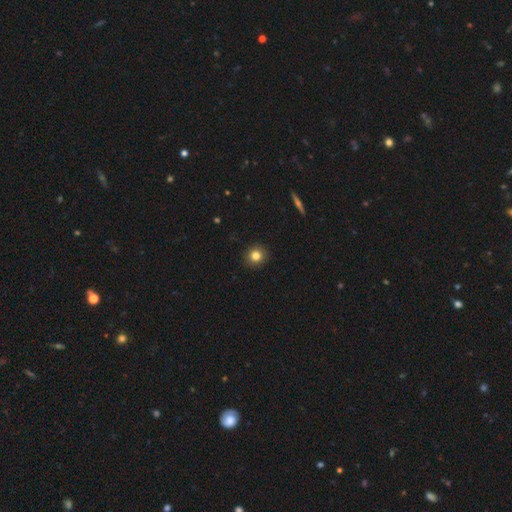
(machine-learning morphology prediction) Q: Smooth or featured?
A: smooth (82%); runner-up: star or artifact (11%)
Q: How rounded?
A: round (85%); runner-up: in between (14%)
Q: Merging?
A: none (92%); runner-up: minor disturbance (6%)